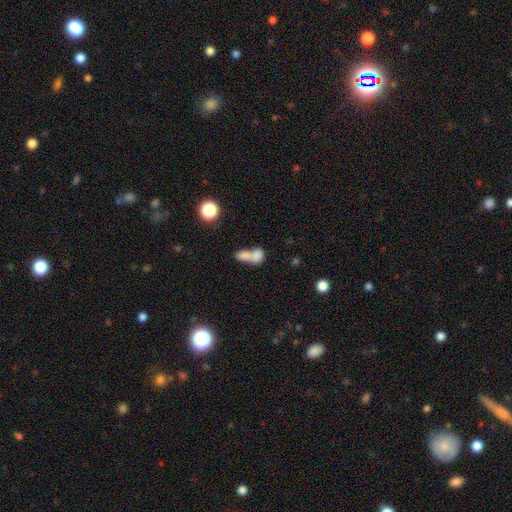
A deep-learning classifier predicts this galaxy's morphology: Smooth or featured? smooth (75%)
How rounded? in between (72%)
Merging? merger (75%)